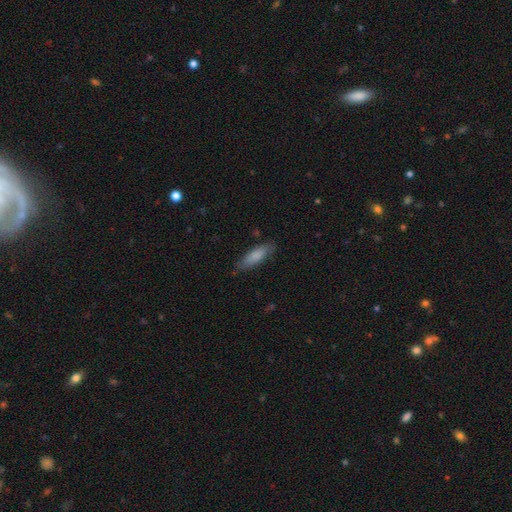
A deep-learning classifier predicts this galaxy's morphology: Smooth or featured?
  - smooth: 82% *
  - featured or disk: 12%
  - star or artifact: 6%
How rounded?
  - cigar-shaped: 52% *
  - in between: 46%
  - round: 1%
Merging?
  - none: 80% *
  - minor disturbance: 15%
  - major disturbance: 3%
  - merger: 1%